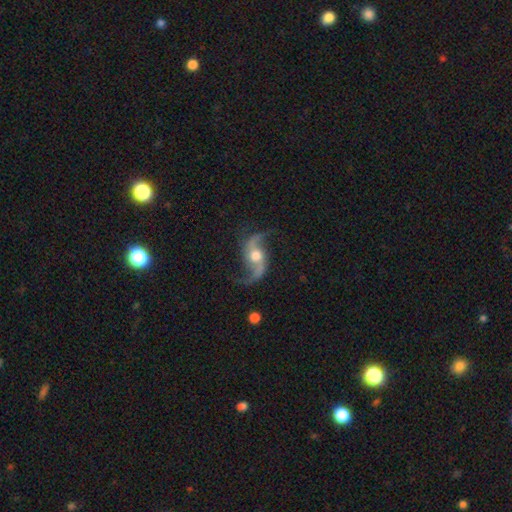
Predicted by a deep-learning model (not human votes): smooth_or_featured: featured or disk (p=0.90) [alt: smooth p=0.05]
disk_edge_on: no (p=0.97) [alt: yes p=0.03]
bar: no (p=0.53) [alt: weak p=0.31]
has_spiral_arms: yes (p=0.97) [alt: no p=0.03]
spiral_winding: loose (p=0.82) [alt: medium p=0.14]
spiral_arm_count: 2 (p=0.94) [alt: 1 p=0.01]
bulge_size: moderate (p=0.73) [alt: small p=0.14]
merging: none (p=0.75) [alt: minor disturbance p=0.15]